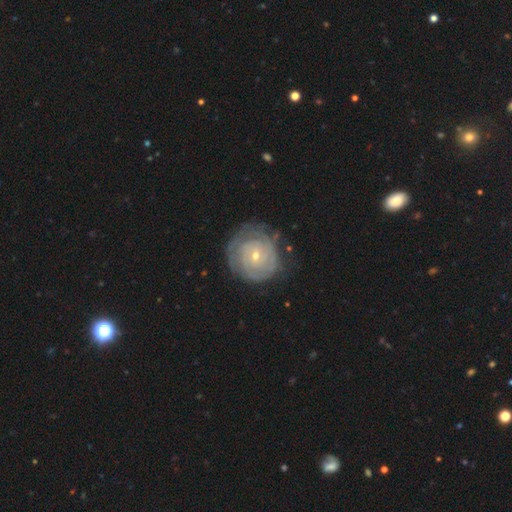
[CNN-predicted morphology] Smooth or featured: featured or disk — 75% (smooth — 18%)
Edge-on disk: no — 97% (yes — 3%)
Bar: no — 76% (weak — 19%)
Spiral arms: yes — 88% (no — 12%)
Spiral winding: tight — 83% (medium — 13%)
Spiral arm count: can't tell — 50% (2 — 18%)
Bulge size: small — 70% (moderate — 27%)
Merging: none — 73% (minor disturbance — 18%)